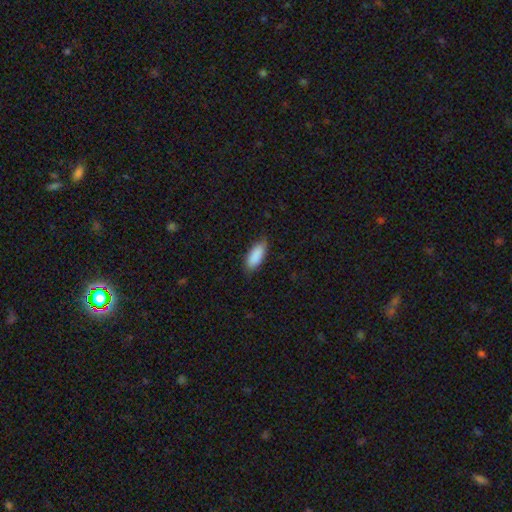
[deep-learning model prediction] The model was most divided on "how rounded": in between: 79%, cigar-shaped: 19%, round: 2%. More confident: smooth or featured — smooth (90%); merging — none (81%).